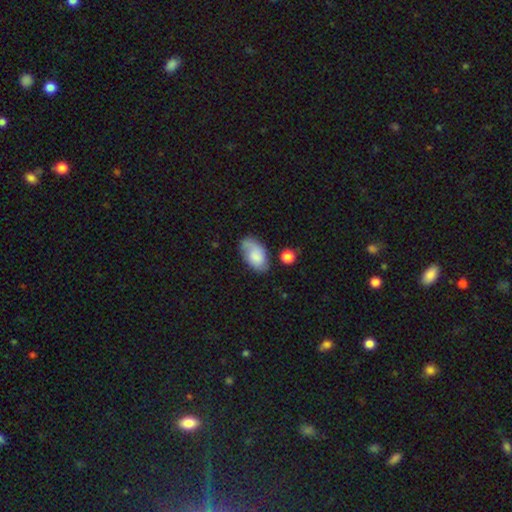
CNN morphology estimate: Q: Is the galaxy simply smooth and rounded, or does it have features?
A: smooth — 66%.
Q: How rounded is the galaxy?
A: in between — 93%.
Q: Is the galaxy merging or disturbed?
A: none — 58%.